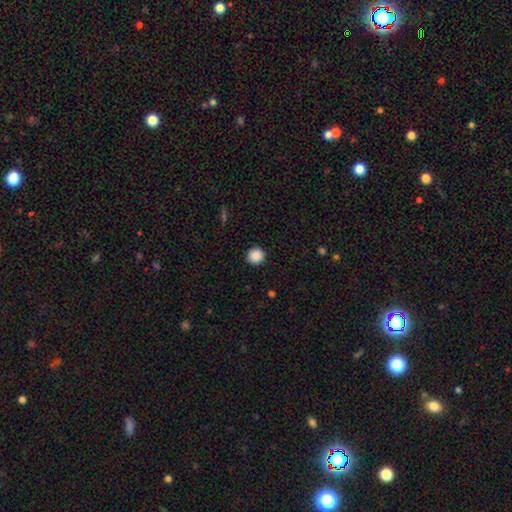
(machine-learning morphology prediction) This is clearly a smooth galaxy (88%). How rounded: clearly round (94%). Merging: clearly none (92%).